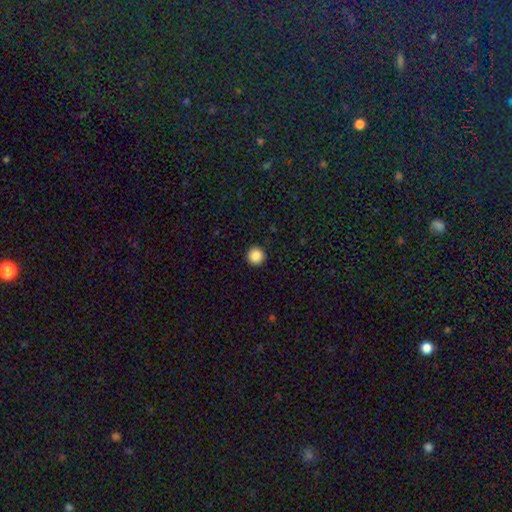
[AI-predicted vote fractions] A smooth galaxy with no disk features (87%) that is round (96%). Merging: none (94%).